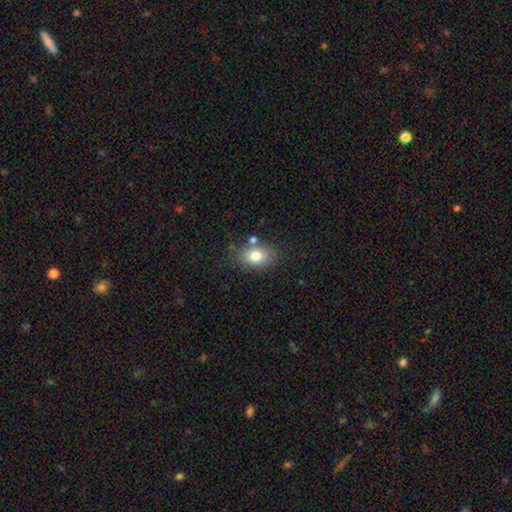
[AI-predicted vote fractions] smooth-or-featured: smooth: 78% | featured or disk: 13% | star or artifact: 9%
  how-rounded: in between: 80% | round: 19% | cigar-shaped: 1%
  merging: none: 72% | minor disturbance: 15% | merger: 8% | major disturbance: 5%